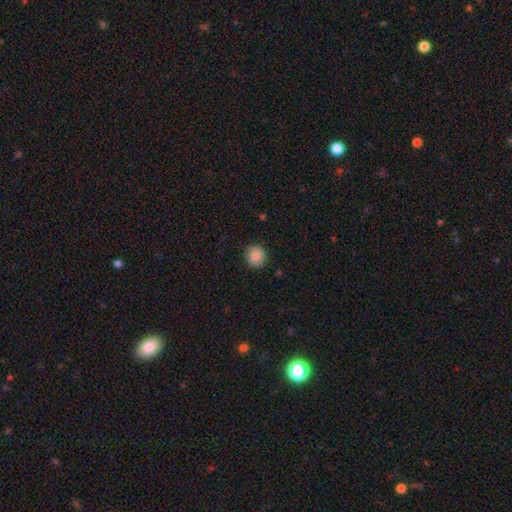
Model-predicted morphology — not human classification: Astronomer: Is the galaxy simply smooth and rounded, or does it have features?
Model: smooth — 84%.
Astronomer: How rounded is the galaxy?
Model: round — 86%.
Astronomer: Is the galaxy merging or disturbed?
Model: none — 87%.